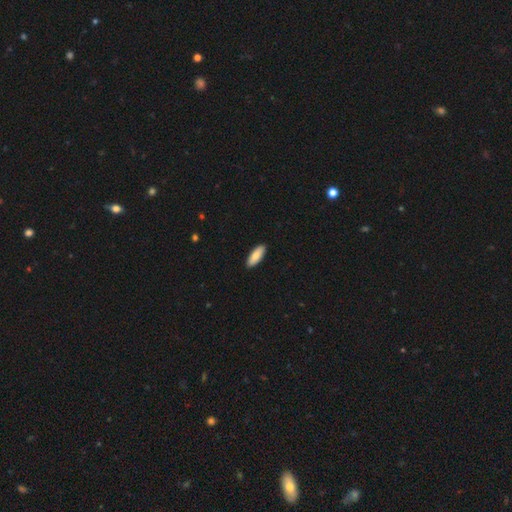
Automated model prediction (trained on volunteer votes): Q: Smooth or featured?
A: smooth (85%); runner-up: featured or disk (10%)
Q: How rounded?
A: in between (69%); runner-up: cigar-shaped (29%)
Q: Merging?
A: none (91%); runner-up: minor disturbance (6%)